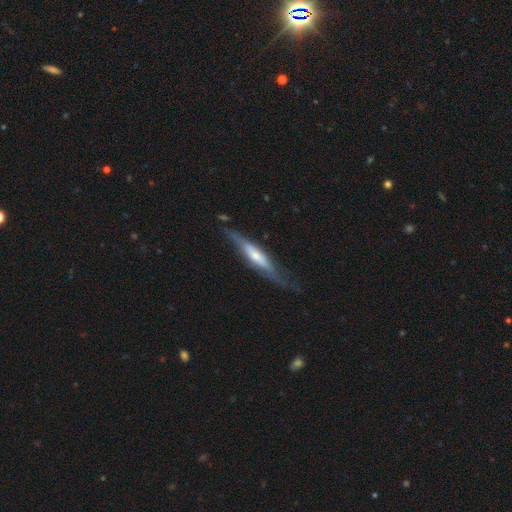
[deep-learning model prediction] featured or disk 58%, smooth 37%, star or artifact 5%. Down the decision tree: edge-on disk — yes (79%); merging — none (66%).